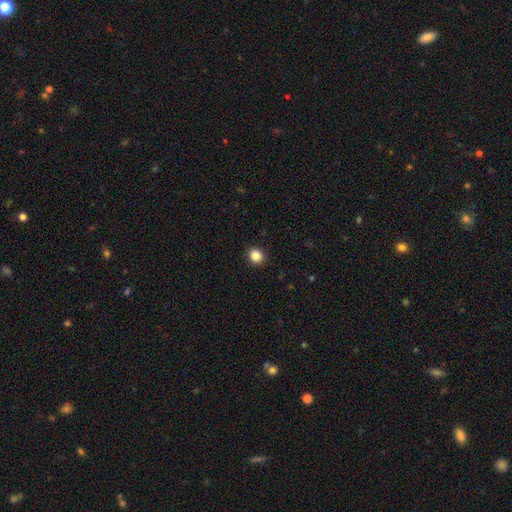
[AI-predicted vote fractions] Overall: smooth (85%). How rounded: round (86%). Merging: none (93%).